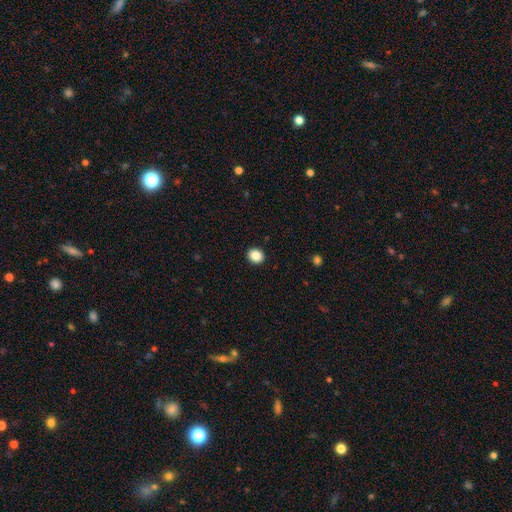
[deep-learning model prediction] Overall: smooth (87%). How rounded: round (73%). Merging: none (93%).